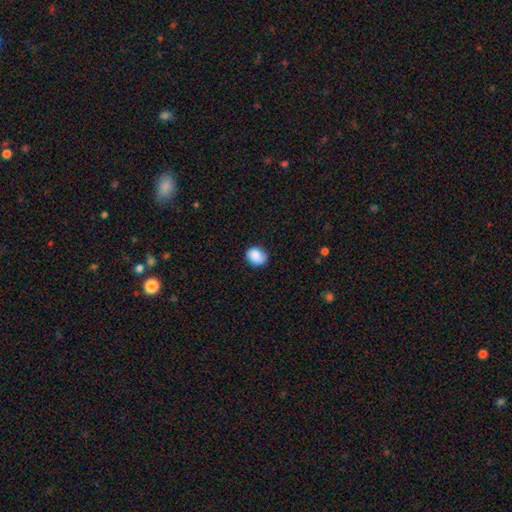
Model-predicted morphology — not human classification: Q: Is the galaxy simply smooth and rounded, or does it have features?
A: smooth — 84%.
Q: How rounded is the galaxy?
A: round — 53%.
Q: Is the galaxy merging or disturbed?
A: none — 72%.